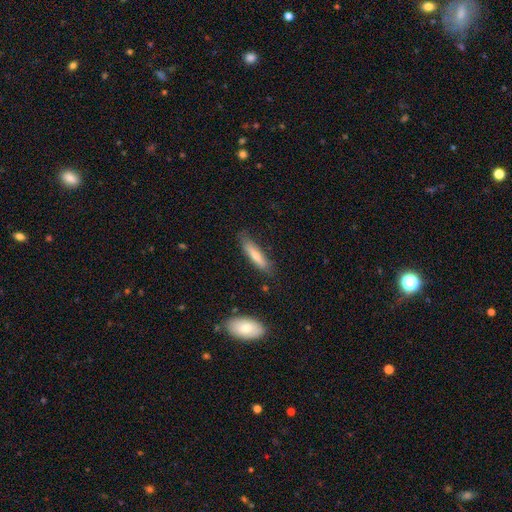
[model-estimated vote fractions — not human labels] Smooth or featured? Predicted: smooth (p=0.61). How rounded? Predicted: cigar-shaped (p=0.78). Merging? Predicted: none (p=0.78).